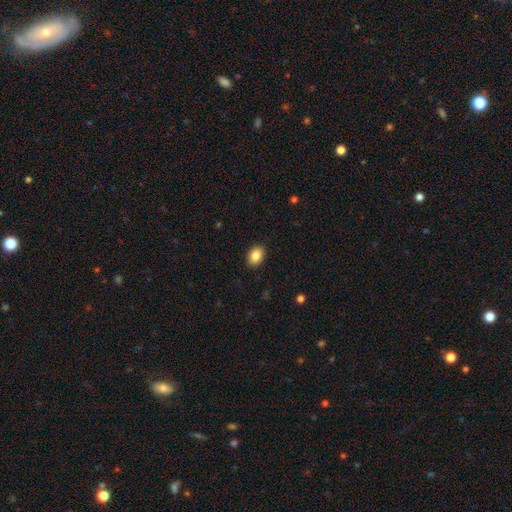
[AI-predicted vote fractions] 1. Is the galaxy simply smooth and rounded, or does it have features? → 87% smooth, 8% star or artifact, 6% featured or disk.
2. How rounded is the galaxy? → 83% in between, 16% round, 1% cigar-shaped.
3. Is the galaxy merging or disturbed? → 90% none, 8% minor disturbance, 2% major disturbance, 1% merger.